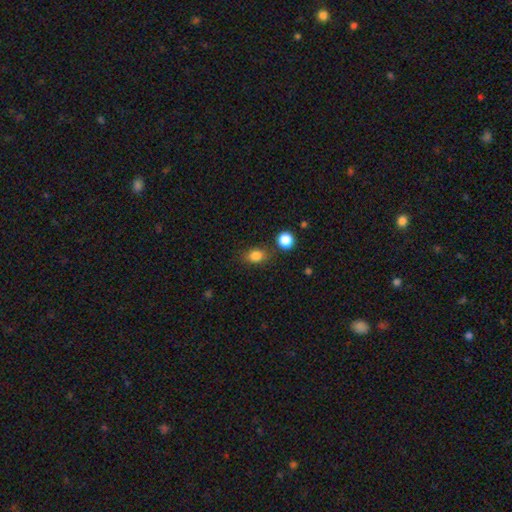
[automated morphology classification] Smooth or featured: smooth — 84% (star or artifact — 11%)
How rounded: in between — 65% (round — 34%)
Merging: none — 77% (minor disturbance — 13%)